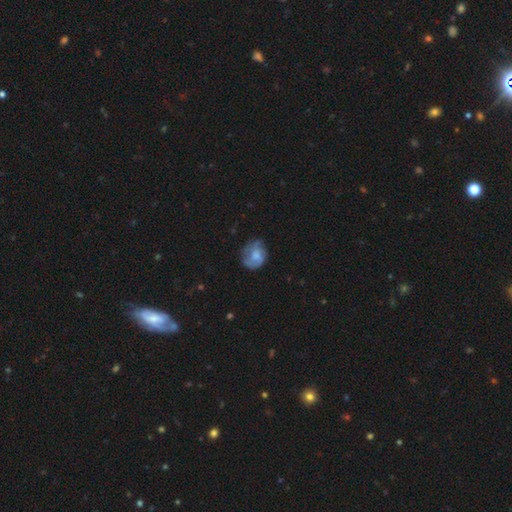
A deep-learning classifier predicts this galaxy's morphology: Smooth or featured?
  - featured or disk: 47% *
  - smooth: 45%
  - star or artifact: 8%
Merging?
  - none: 58% *
  - minor disturbance: 27%
  - major disturbance: 14%
  - merger: 2%